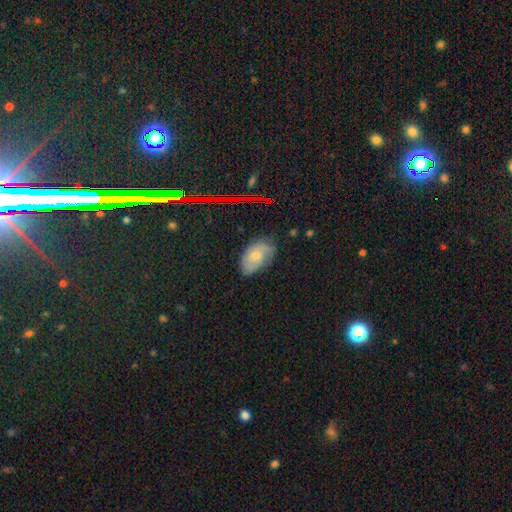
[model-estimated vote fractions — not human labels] smooth 53%, featured or disk 35%, star or artifact 12%. Down the decision tree: how rounded — in between (91%); merging — none (58%).